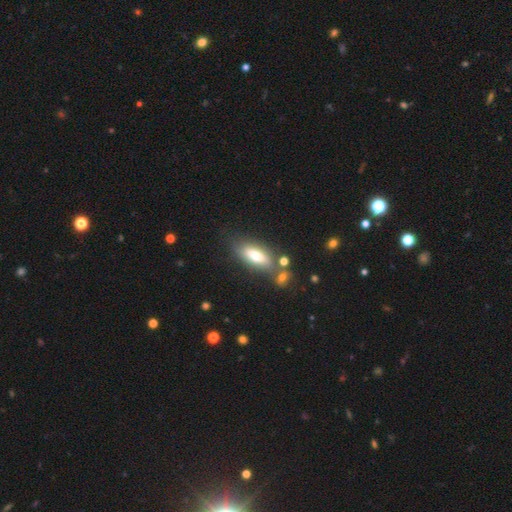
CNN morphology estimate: smooth-or-featured: smooth: 68% | featured or disk: 24% | star or artifact: 8%
  how-rounded: in between: 70% | cigar-shaped: 28% | round: 3%
  merging: none: 65% | minor disturbance: 15% | merger: 14% | major disturbance: 5%